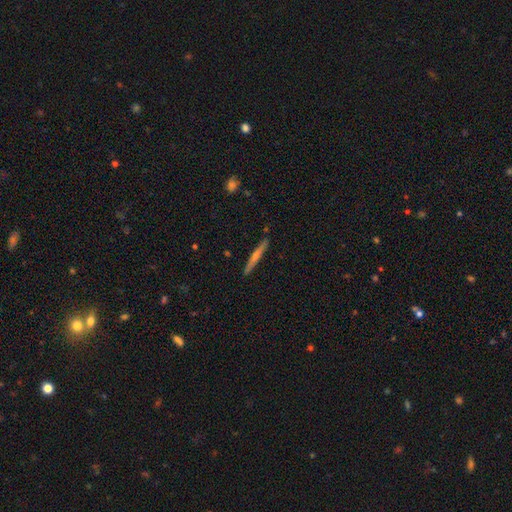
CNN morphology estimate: A featured or disk galaxy (64%) viewed edge-on (97%) with a rounded central bulge (73%).

Vote fractions:
- Smooth or featured? featured or disk: 64% / smooth: 30% / star or artifact: 6%
- Edge-on disk? yes: 97% / no: 3%
- Edge-on bulge? rounded: 73% / none: 23% / boxy: 4%
- Merging? none: 90% / minor disturbance: 7% / merger: 1% / major disturbance: 1%